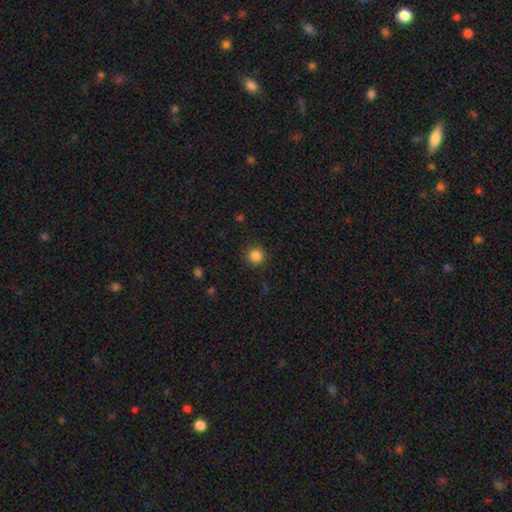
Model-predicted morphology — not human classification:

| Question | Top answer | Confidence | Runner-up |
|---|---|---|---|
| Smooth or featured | smooth | 86% | star or artifact (11%) |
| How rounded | round | 94% | in between (5%) |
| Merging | none | 89% | minor disturbance (7%) |